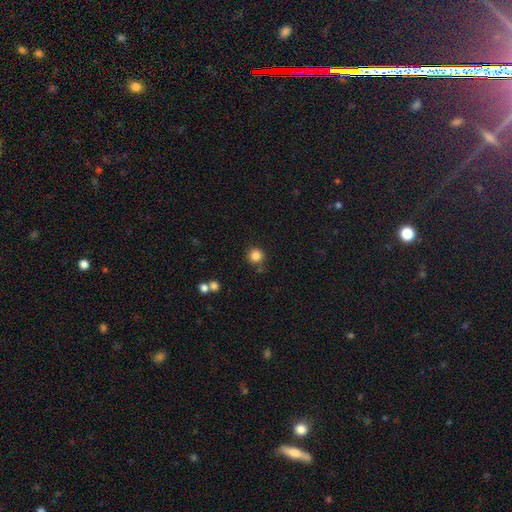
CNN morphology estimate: type=smooth (84%); roundness=round (94%); merging=none (81%).